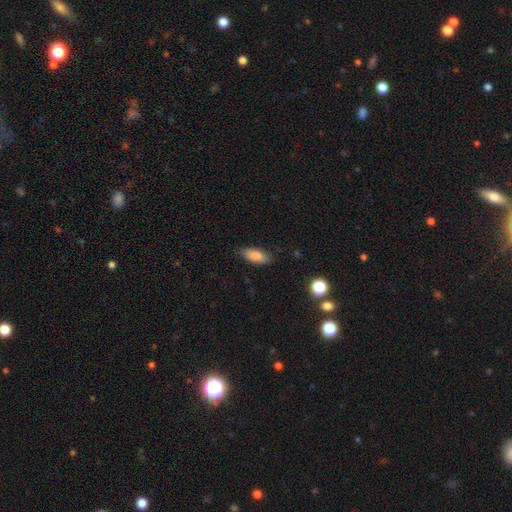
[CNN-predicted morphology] Smooth or featured?
  - smooth: 84% *
  - featured or disk: 9%
  - star or artifact: 7%
How rounded?
  - in between: 81% *
  - cigar-shaped: 17%
  - round: 3%
Merging?
  - none: 81% *
  - minor disturbance: 15%
  - major disturbance: 3%
  - merger: 1%